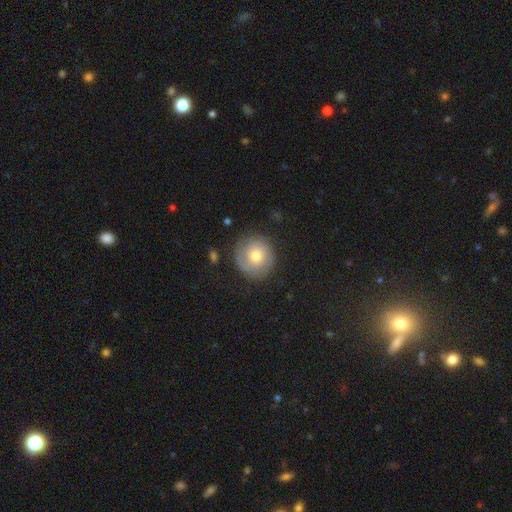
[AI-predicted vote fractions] Smooth or featured: smooth — 53% (featured or disk — 39%)
How rounded: round — 93% (in between — 6%)
Merging: none — 83% (minor disturbance — 11%)